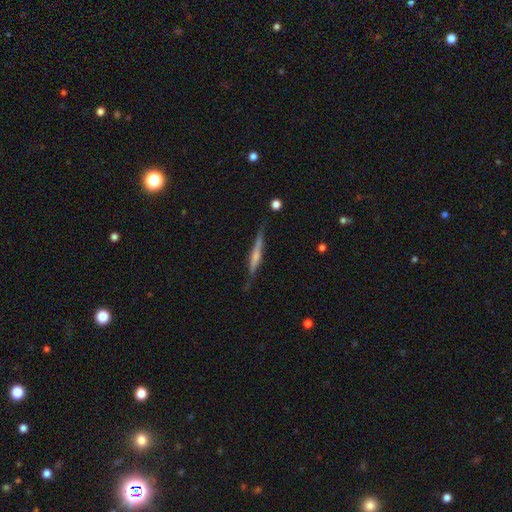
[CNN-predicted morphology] Smooth or featured?
  - featured or disk: 56% *
  - smooth: 38%
  - star or artifact: 6%
Edge-on disk?
  - yes: 95% *
  - no: 5%
Edge-on bulge?
  - rounded: 43% *
  - none: 38%
  - boxy: 19%
Merging?
  - none: 78% *
  - minor disturbance: 16%
  - major disturbance: 4%
  - merger: 2%